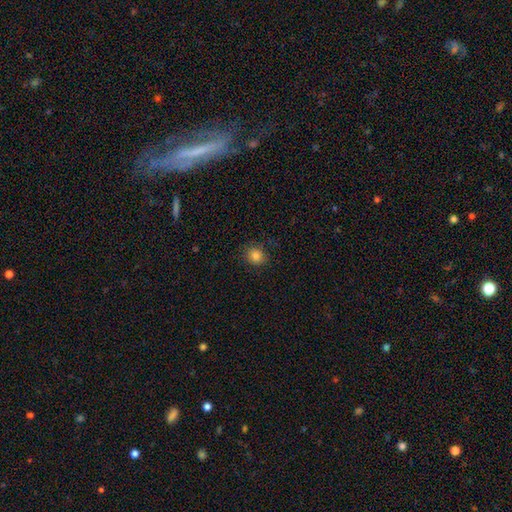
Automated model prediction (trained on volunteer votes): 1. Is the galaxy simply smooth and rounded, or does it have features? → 83% smooth, 12% star or artifact, 6% featured or disk.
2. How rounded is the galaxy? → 80% round, 19% in between, 1% cigar-shaped.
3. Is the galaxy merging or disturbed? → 87% none, 10% minor disturbance, 3% major disturbance, 1% merger.